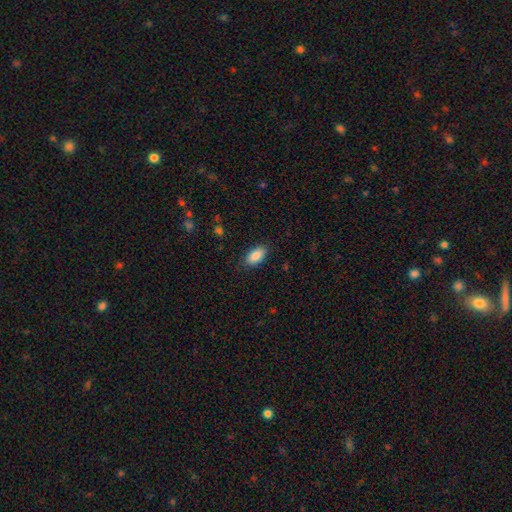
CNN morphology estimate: smooth_or_featured: smooth (p=0.87) [alt: star or artifact p=0.07]
how_rounded: in between (p=0.93) [alt: round p=0.04]
merging: none (p=0.85) [alt: minor disturbance p=0.11]